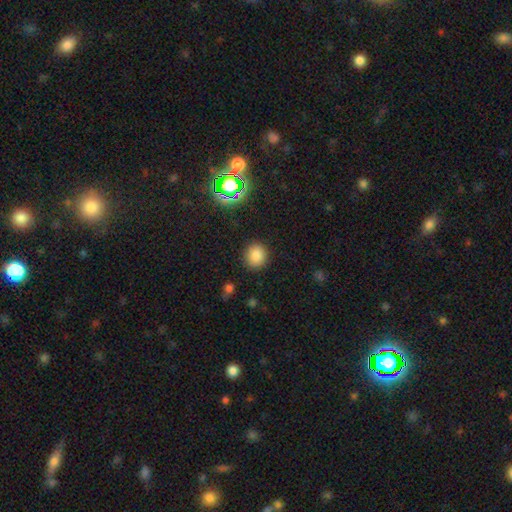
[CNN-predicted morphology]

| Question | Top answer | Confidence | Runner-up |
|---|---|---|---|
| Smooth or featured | smooth | 83% | star or artifact (13%) |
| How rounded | round | 86% | in between (13%) |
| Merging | none | 89% | minor disturbance (7%) |